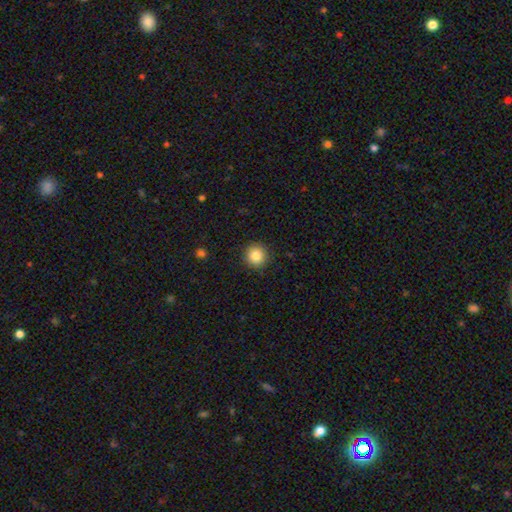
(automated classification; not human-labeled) smooth 84%, star or artifact 10%, featured or disk 6%. Down the decision tree: how rounded — round (94%); merging — none (91%).